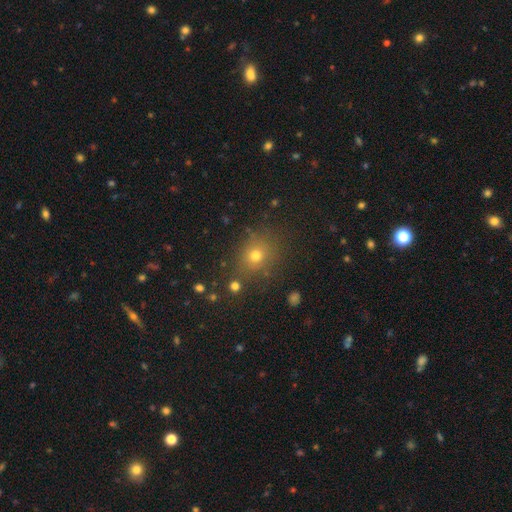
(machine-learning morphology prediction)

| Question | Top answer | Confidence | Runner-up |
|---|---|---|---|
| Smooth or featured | smooth | 71% | star or artifact (20%) |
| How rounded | round | 76% | in between (23%) |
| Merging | none | 80% | minor disturbance (11%) |